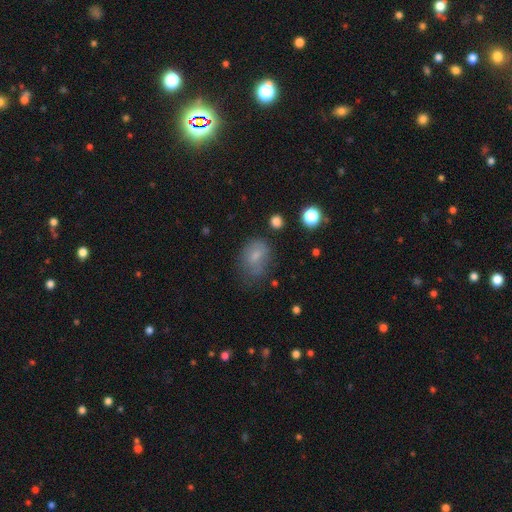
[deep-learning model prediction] Morphology: type=smooth (72%); roundness=in between (66%); merging=none (51%).